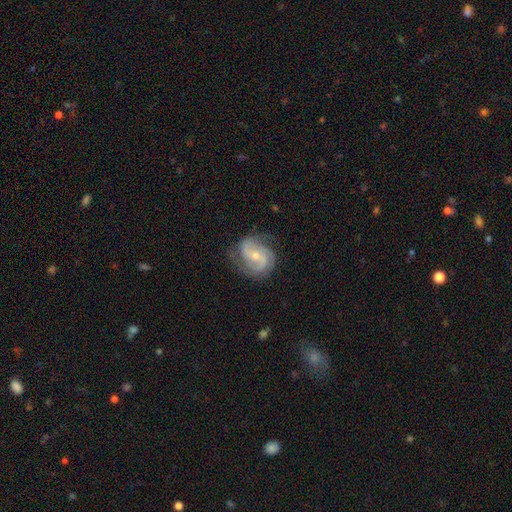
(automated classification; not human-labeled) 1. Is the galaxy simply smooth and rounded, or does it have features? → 85% featured or disk, 10% smooth, 6% star or artifact.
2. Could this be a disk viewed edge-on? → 98% no, 2% yes.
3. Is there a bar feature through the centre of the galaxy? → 49% no, 40% weak, 11% strong.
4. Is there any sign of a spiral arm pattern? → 97% yes, 3% no.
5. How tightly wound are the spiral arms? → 48% medium, 36% tight, 16% loose.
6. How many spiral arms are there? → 45% 2, 30% 3, 12% can't tell, 5% 4, 4% 1, 3% more than 4.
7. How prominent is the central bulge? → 55% small, 41% moderate, 2% none, 1% large, 1% dominant.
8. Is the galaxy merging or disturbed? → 71% none, 19% minor disturbance, 8% major disturbance, 1% merger.